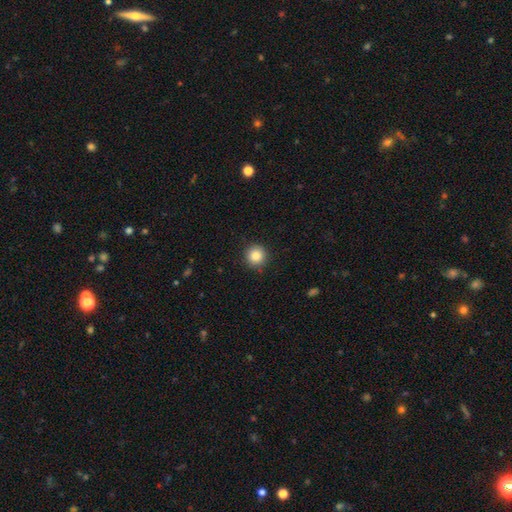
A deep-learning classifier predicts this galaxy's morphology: This appears to be a smooth galaxy with no disk features (86%) that is round (94%). Merging: none (89%).